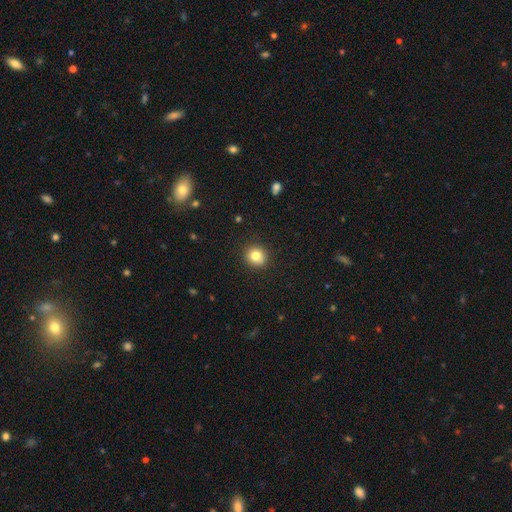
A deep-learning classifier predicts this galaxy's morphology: A smooth galaxy with no disk features (82%) that is round (88%). Merging: none (91%).